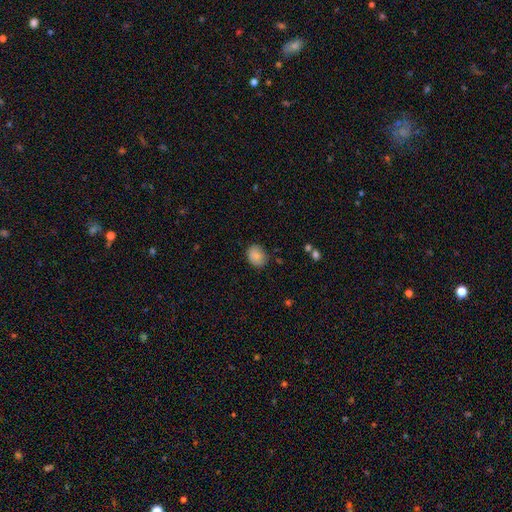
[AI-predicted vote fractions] Morphology: type=smooth (87%); roundness=in between (53%); merging=none (82%).